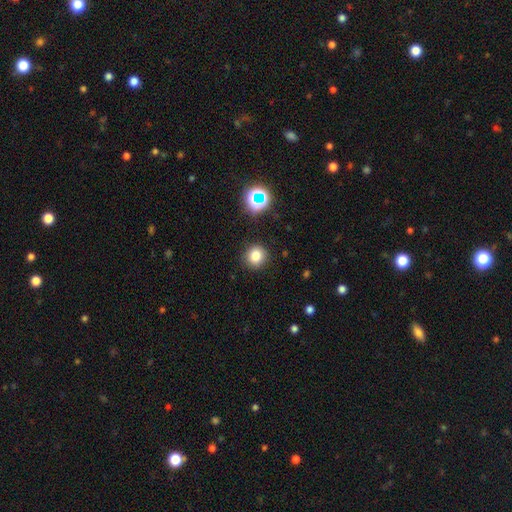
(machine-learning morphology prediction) Smooth or featured?
  - smooth: 78% *
  - star or artifact: 16%
  - featured or disk: 7%
How rounded?
  - round: 91% *
  - in between: 8%
  - cigar-shaped: 1%
Merging?
  - none: 90% *
  - minor disturbance: 6%
  - major disturbance: 2%
  - merger: 2%